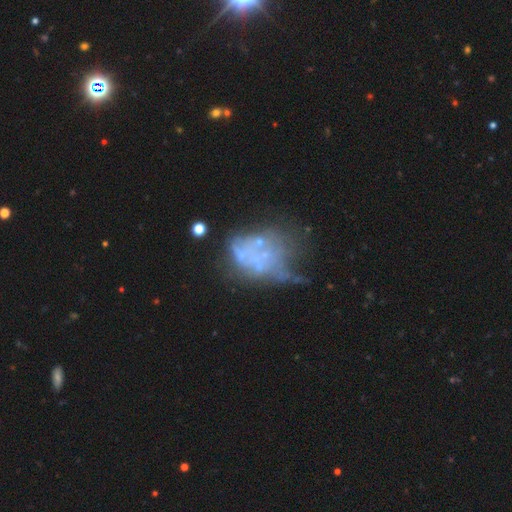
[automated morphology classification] Smooth or featured? featured or disk (56%)
Edge-on disk? no (98%)
Bar? no (95%)
Spiral arms? no (95%)
Bulge size? none (82%)
Merging? major disturbance (37%)